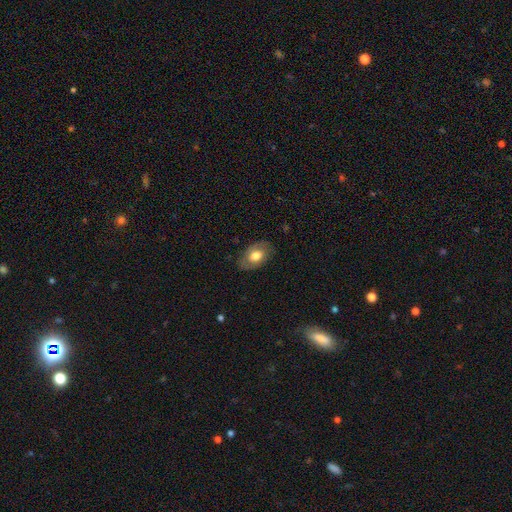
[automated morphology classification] Overall: smooth (60%; featured or disk 32%). How rounded: in between (86%). Merging: none (79%).